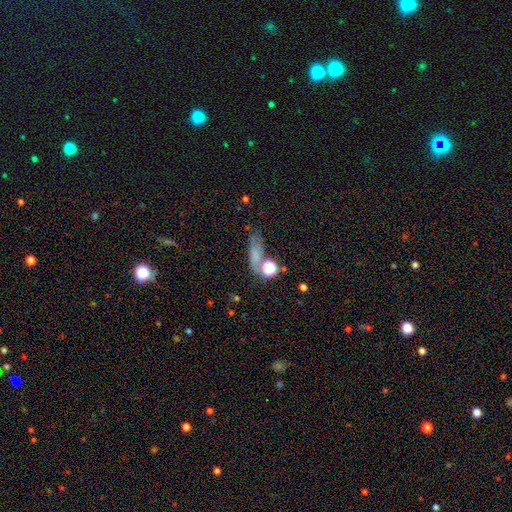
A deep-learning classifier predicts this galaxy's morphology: This is likely a smooth galaxy (62%). How rounded: marginally in between (40%, tied with cigar-shaped). Merging: possibly none (57%).